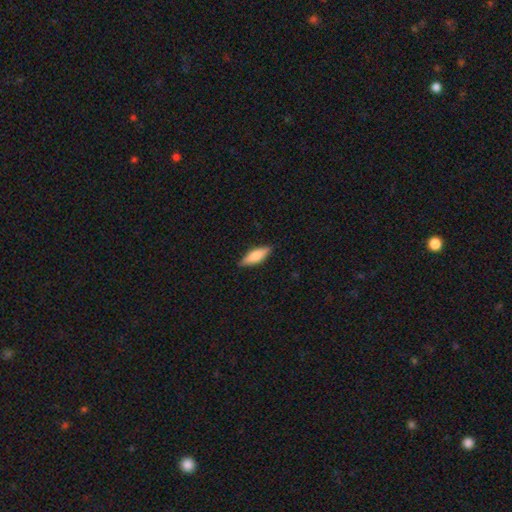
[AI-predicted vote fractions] Overall: smooth (71%). How rounded: in between (58%; cigar-shaped 40%). Merging: none (86%).